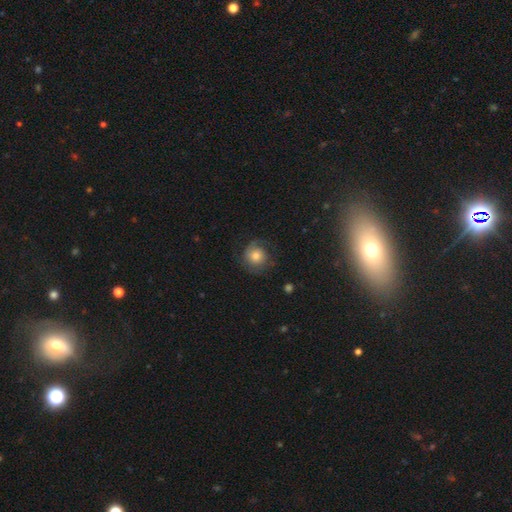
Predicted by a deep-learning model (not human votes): smooth 55%, featured or disk 37%, star or artifact 9%. Down the decision tree: how rounded — round (89%); merging — none (67%).